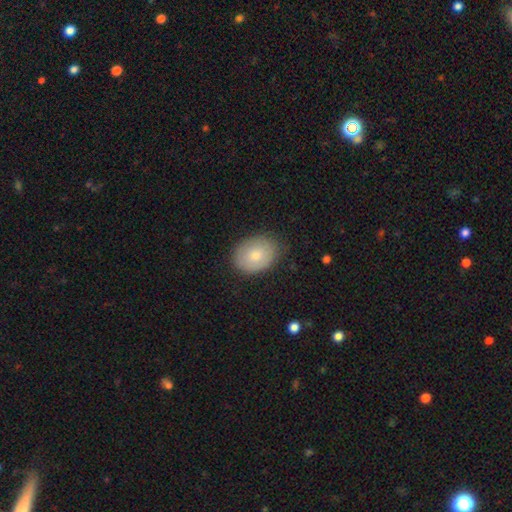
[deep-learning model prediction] smooth_or_featured: smooth (p=0.76) [alt: featured or disk p=0.17]
how_rounded: in between (p=0.65) [alt: round p=0.34]
merging: none (p=0.78) [alt: minor disturbance p=0.17]